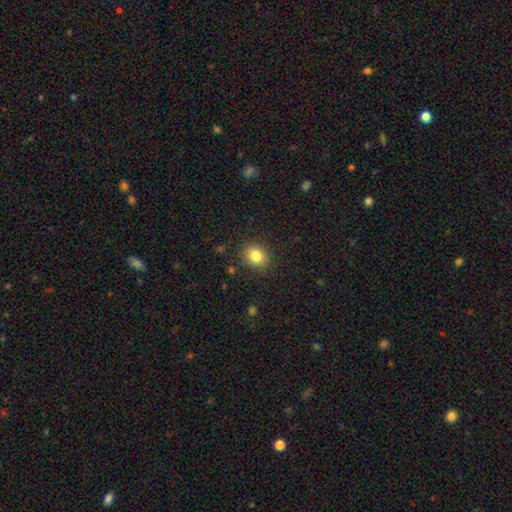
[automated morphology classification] Q: Smooth or featured?
A: smooth (83%); runner-up: star or artifact (11%)
Q: How rounded?
A: round (64%); runner-up: in between (35%)
Q: Merging?
A: none (87%); runner-up: minor disturbance (9%)